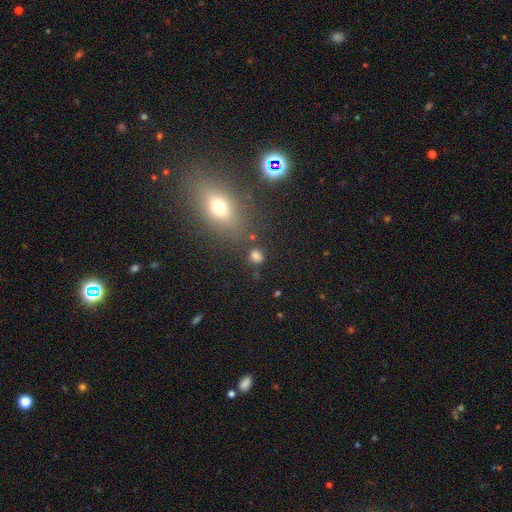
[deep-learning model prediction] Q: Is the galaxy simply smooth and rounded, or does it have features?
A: smooth — 76%.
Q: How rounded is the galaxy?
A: round — 56%.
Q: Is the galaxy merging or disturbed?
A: none — 73%.